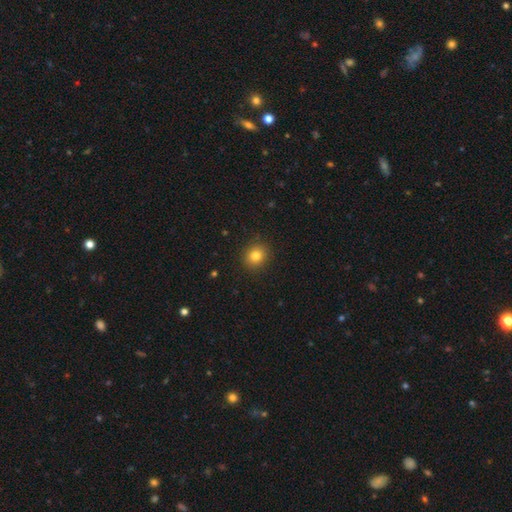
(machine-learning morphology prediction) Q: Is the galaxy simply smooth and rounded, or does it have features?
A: smooth — 81%.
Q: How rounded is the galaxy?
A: round — 82%.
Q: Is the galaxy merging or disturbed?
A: none — 90%.